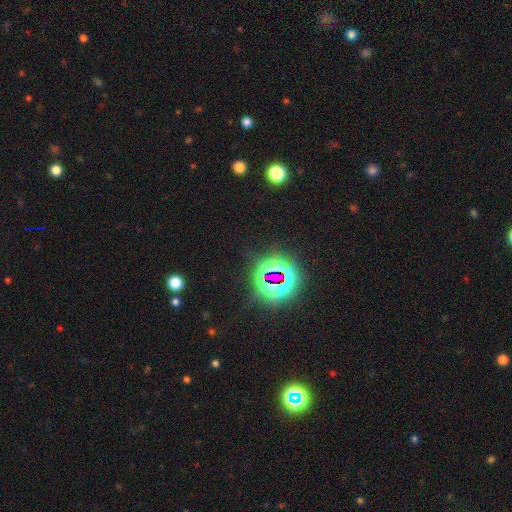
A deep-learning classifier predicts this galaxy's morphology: smooth-or-featured: star or artifact: 78% | smooth: 13% | featured or disk: 9%